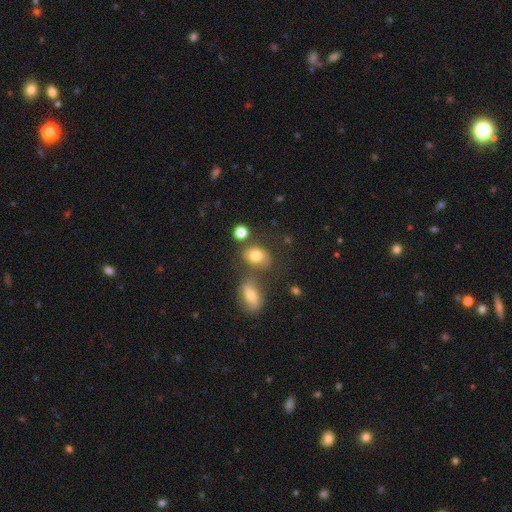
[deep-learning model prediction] A smooth galaxy with no disk features (76%) that is in between round and cigar-shaped (64%). Merging: none (60%).